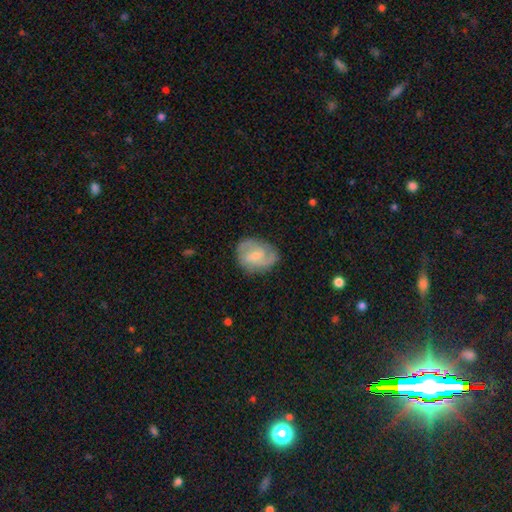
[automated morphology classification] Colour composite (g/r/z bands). It shows a featured or disk galaxy (70%) with a weak bar (47%), 2 (61%) medium (47%) spiral arms (91%) and a small central bulge (57%). Merging: none (75%).